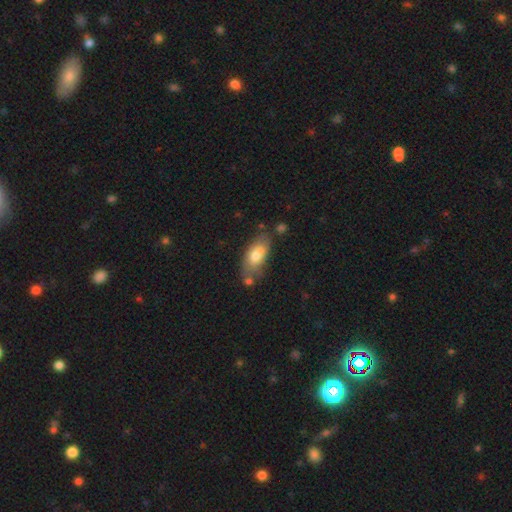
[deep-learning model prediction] Morphology: type=smooth (72%); roundness=in between (87%); merging=none (60%).